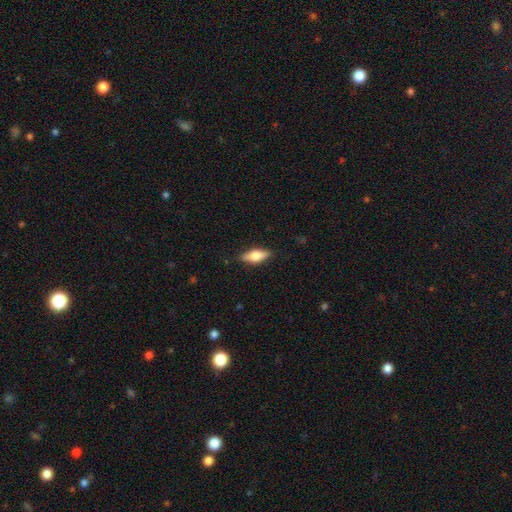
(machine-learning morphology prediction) Overall: smooth (62%; featured or disk 31%). How rounded: in between (72%). Merging: none (85%).